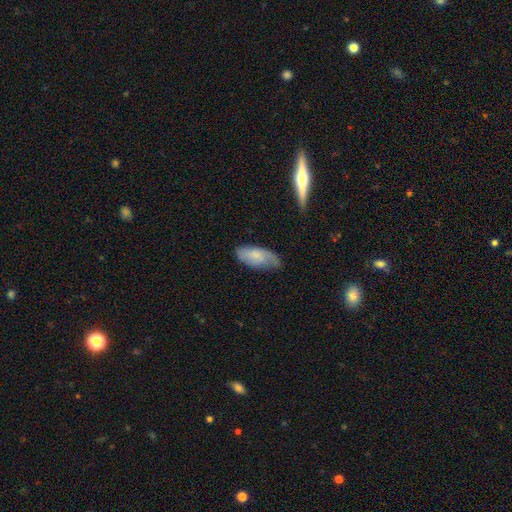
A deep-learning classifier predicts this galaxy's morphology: This appears to be a smooth galaxy with no disk features (61%) that is in between round and cigar-shaped (88%). Merging: none (50%).